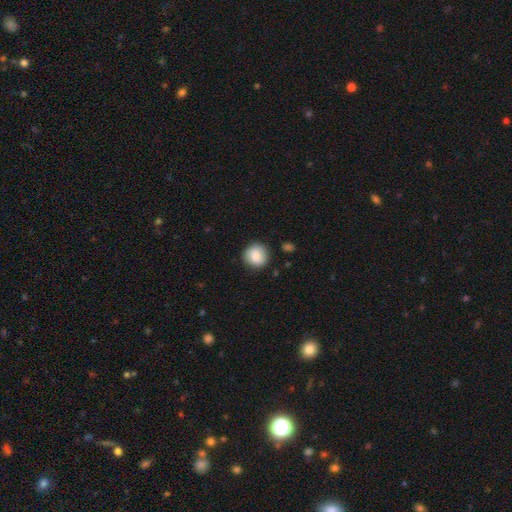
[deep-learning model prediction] Smooth or featured?
  - smooth: 80% *
  - featured or disk: 12%
  - star or artifact: 8%
How rounded?
  - round: 92% *
  - in between: 7%
  - cigar-shaped: 1%
Merging?
  - none: 86% *
  - minor disturbance: 10%
  - major disturbance: 2%
  - merger: 2%